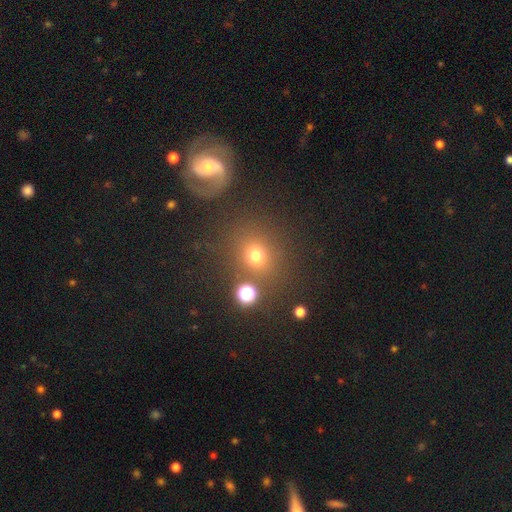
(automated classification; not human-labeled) A smooth galaxy with no disk features (70%) that is round (80%). Merging: none (78%).